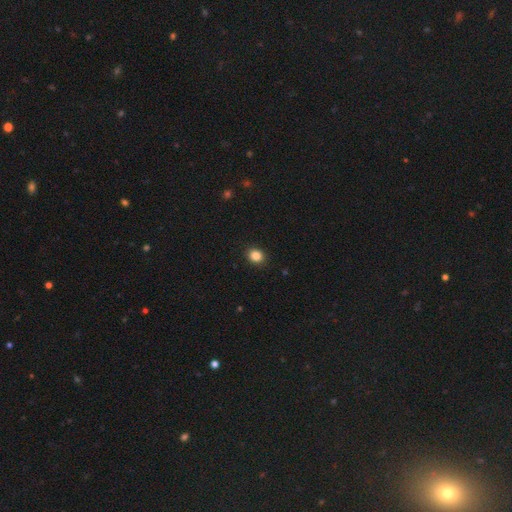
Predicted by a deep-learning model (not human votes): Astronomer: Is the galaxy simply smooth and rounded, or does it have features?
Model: smooth — 86%.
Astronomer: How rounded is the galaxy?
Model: round — 63%.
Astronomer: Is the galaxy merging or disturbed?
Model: none — 90%.